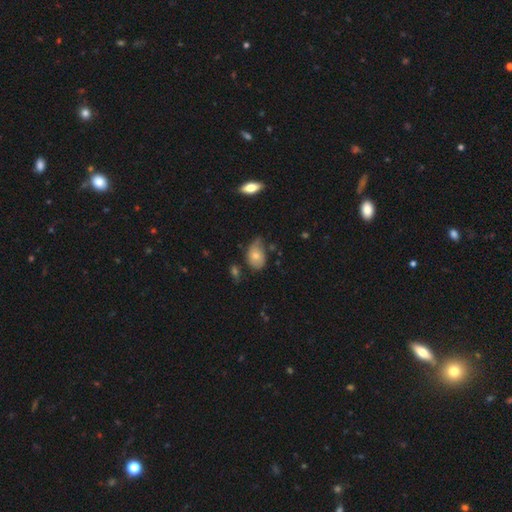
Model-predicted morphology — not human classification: This is likely a smooth galaxy (70%). How rounded: likely in between (79%). Merging: marginally minor disturbance (43%).